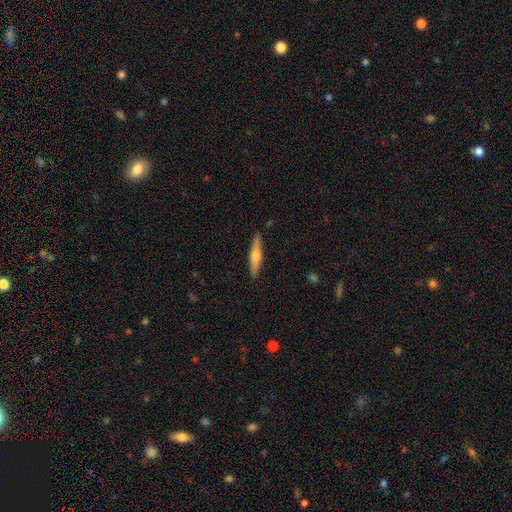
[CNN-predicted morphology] featured or disk 53%, smooth 41%, star or artifact 6%. Down the decision tree: edge-on disk — yes (95%); edge-on bulge — rounded (92%); merging — none (90%).